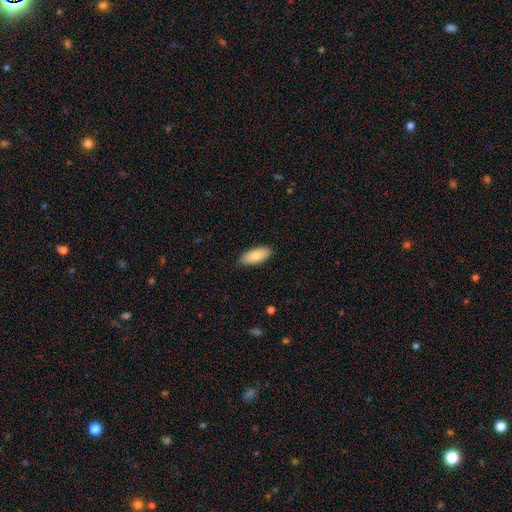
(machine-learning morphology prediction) smooth-or-featured: smooth: 85% | featured or disk: 9% | star or artifact: 6%
  how-rounded: in between: 85% | cigar-shaped: 13% | round: 2%
  merging: none: 87% | minor disturbance: 10% | major disturbance: 2% | merger: 1%